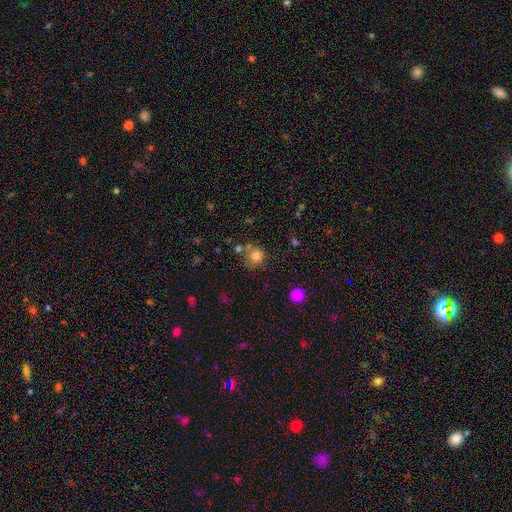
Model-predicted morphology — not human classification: Overall: smooth (80%). How rounded: round (86%). Merging: none (63%).